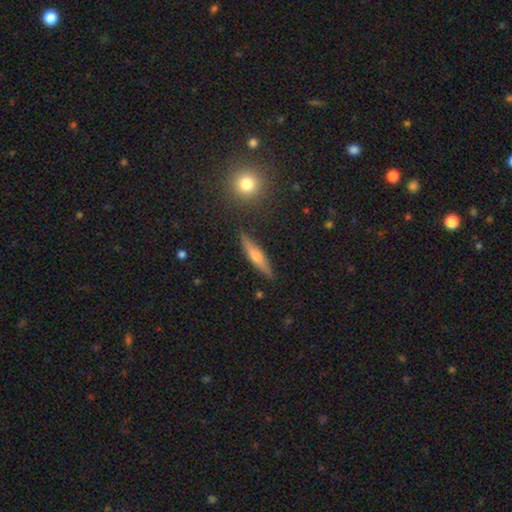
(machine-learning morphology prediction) smooth_or_featured: featured or disk (p=0.52) [alt: smooth p=0.41]
disk_edge_on: yes (p=0.94) [alt: no p=0.06]
merging: none (p=0.88) [alt: minor disturbance p=0.08]